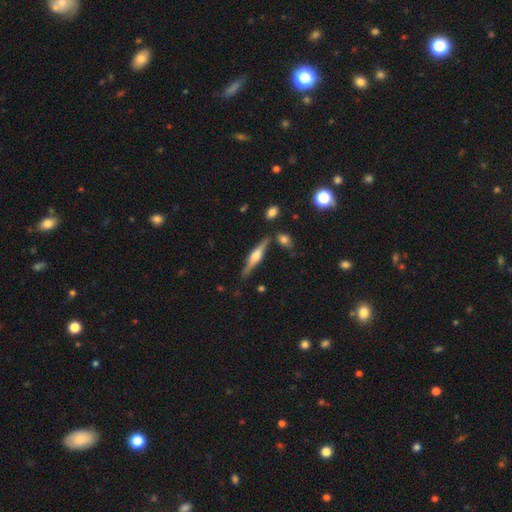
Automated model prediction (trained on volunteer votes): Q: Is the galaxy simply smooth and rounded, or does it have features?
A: featured or disk — 72%.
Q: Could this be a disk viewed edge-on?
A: yes — 97%.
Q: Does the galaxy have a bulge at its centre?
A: rounded — 84%.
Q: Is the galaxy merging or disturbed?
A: none — 82%.